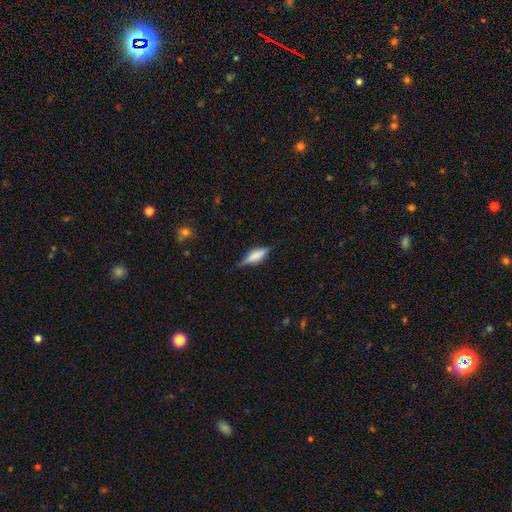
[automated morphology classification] A featured or disk galaxy (46%, tied with smooth). Merging: none (77%).